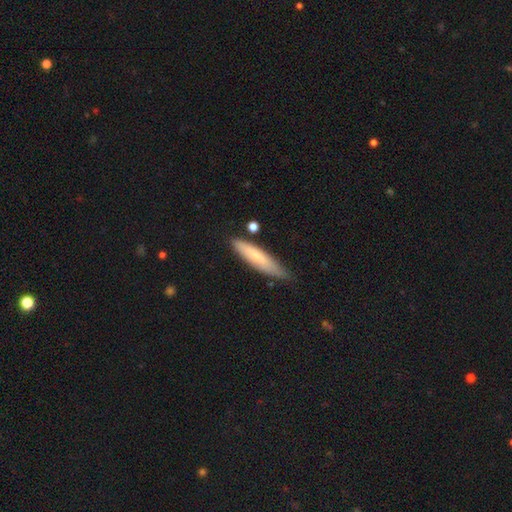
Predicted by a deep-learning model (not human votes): Morphology: type=smooth (71%); roundness=cigar-shaped (83%); merging=none (70%).